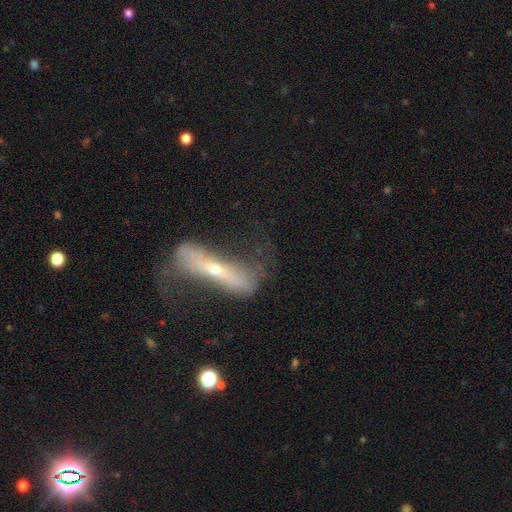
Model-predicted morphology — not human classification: type=featured or disk (71%); edge-on=no (58%); merging=none (42%).